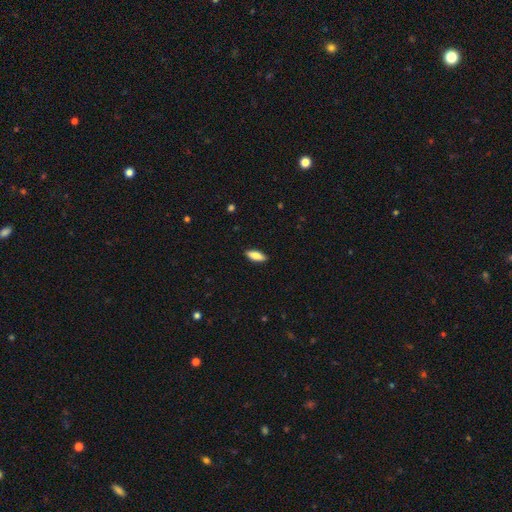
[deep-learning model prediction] Smooth or featured? smooth (84%)
How rounded? in between (69%)
Merging? none (89%)